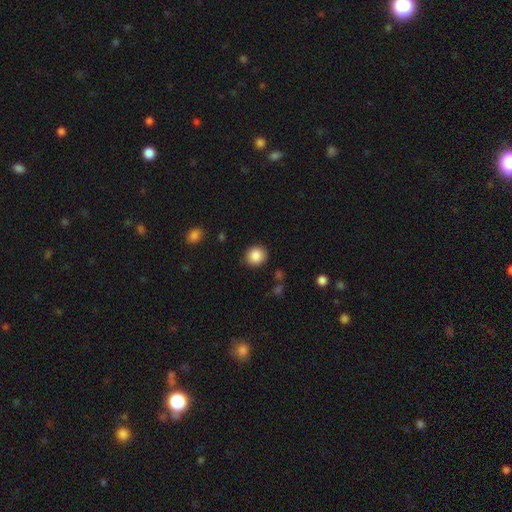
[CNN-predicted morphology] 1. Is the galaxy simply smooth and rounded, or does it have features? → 87% smooth, 9% star or artifact, 4% featured or disk.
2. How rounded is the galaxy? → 83% round, 17% in between, 1% cigar-shaped.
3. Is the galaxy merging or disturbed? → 87% none, 9% minor disturbance, 3% major disturbance, 2% merger.